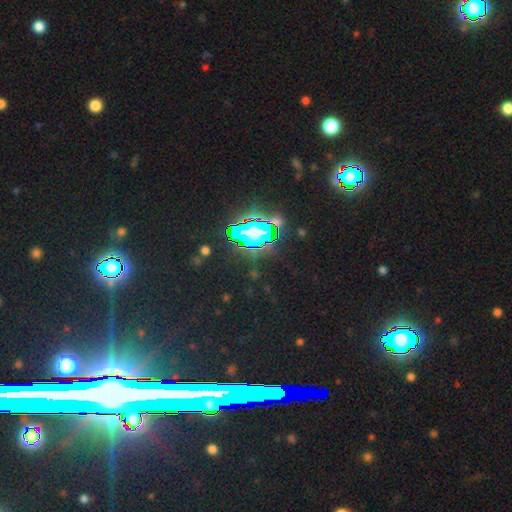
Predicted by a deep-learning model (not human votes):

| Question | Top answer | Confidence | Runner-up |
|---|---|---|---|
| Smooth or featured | star or artifact | 79% | featured or disk (12%) |